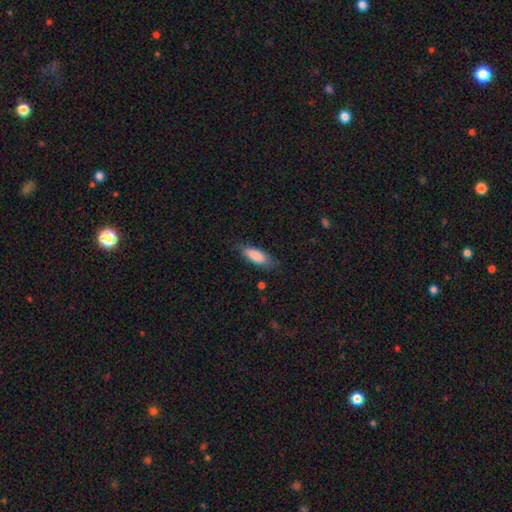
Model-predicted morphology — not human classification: type=smooth (86%); roundness=in between (73%); merging=none (76%).